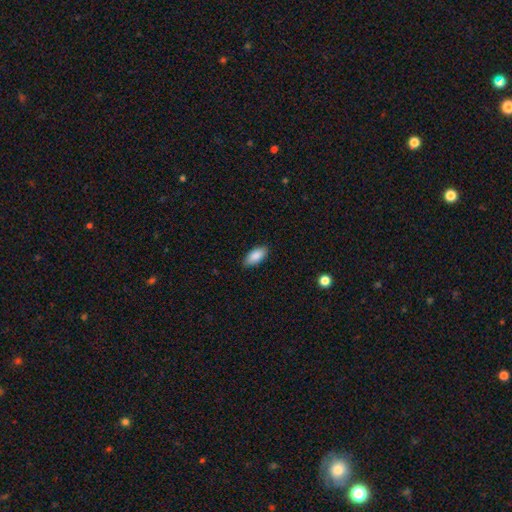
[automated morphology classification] type=smooth (88%); roundness=in between (91%); merging=none (86%).